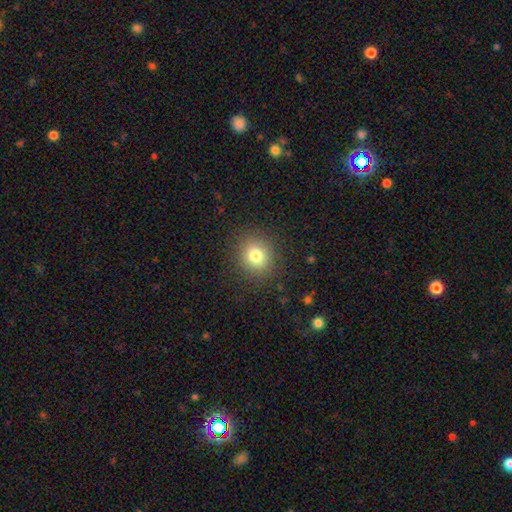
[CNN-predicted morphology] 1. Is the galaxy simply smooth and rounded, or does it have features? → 79% smooth, 13% star or artifact, 9% featured or disk.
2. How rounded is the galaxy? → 84% round, 15% in between, 1% cigar-shaped.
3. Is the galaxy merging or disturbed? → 88% none, 7% minor disturbance, 3% major disturbance, 1% merger.